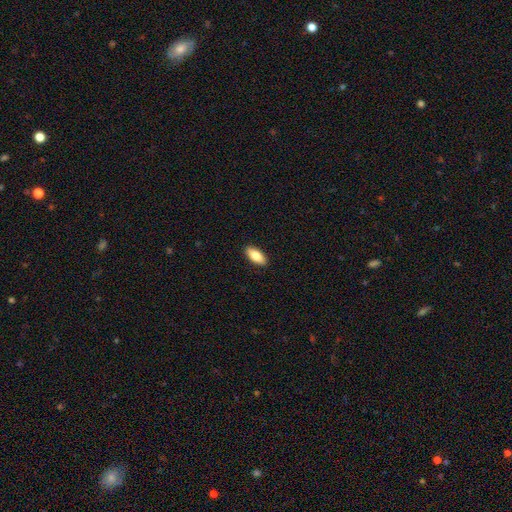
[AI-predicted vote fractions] Smooth or featured: smooth — 80% (featured or disk — 14%)
How rounded: in between — 87% (cigar-shaped — 11%)
Merging: none — 91% (minor disturbance — 7%)